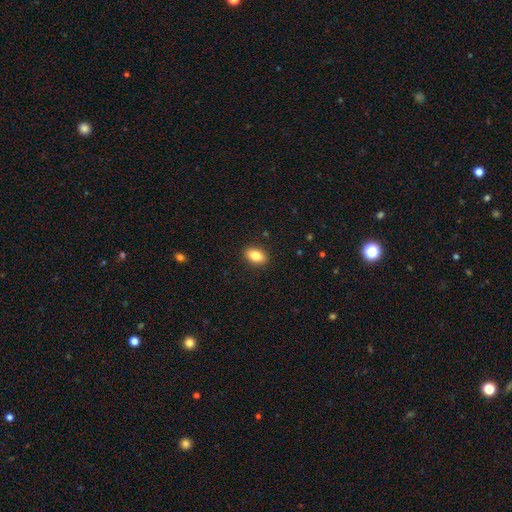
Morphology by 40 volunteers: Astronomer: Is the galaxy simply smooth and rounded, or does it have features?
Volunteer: smooth — 82%.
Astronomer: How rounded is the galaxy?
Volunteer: in between — 82%.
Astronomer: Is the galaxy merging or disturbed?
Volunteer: none — 97%.